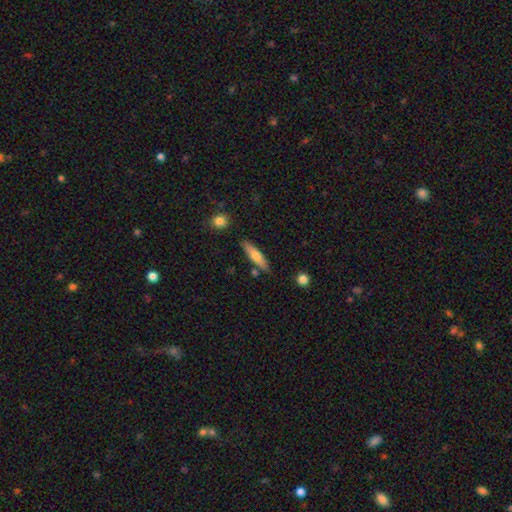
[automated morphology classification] This appears to be a smooth galaxy with no disk features (63%) that is cigar-shaped (76%). Merging: none (82%).